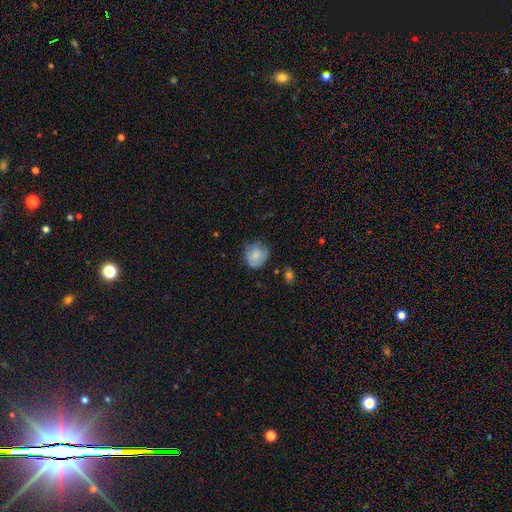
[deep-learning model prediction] A smooth galaxy with no disk features (71%) that is round (76%). Merging: none (61%).